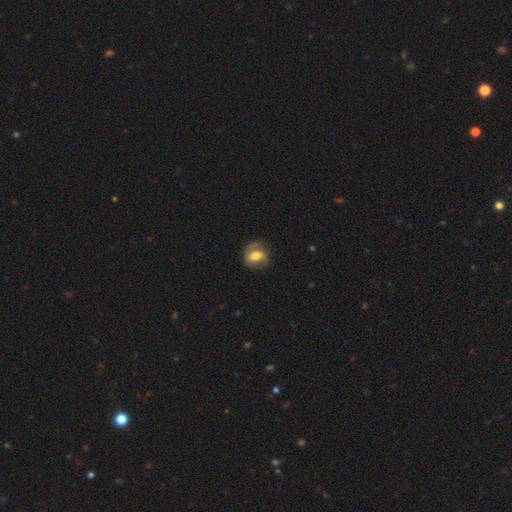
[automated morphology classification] Smooth or featured? Predicted: featured or disk (p=0.49). Merging? Predicted: none (p=0.65).